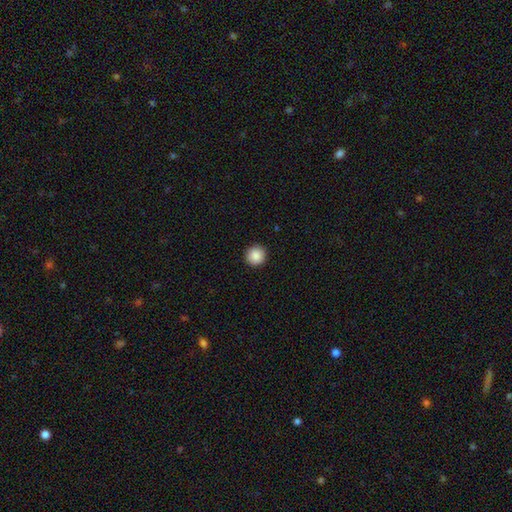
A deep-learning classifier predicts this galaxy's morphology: Smooth or featured?
  - smooth: 88% *
  - star or artifact: 9%
  - featured or disk: 3%
How rounded?
  - round: 95% *
  - in between: 4%
  - cigar-shaped: 1%
Merging?
  - none: 93% *
  - minor disturbance: 4%
  - major disturbance: 2%
  - merger: 1%